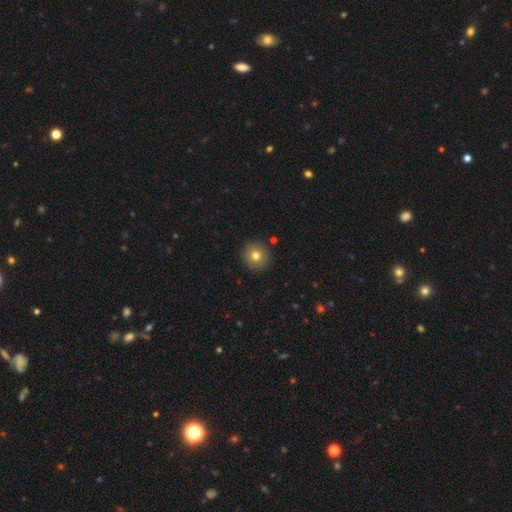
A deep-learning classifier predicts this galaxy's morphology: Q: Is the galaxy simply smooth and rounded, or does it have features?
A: smooth — 77%.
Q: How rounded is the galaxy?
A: round — 94%.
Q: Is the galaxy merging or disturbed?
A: none — 91%.